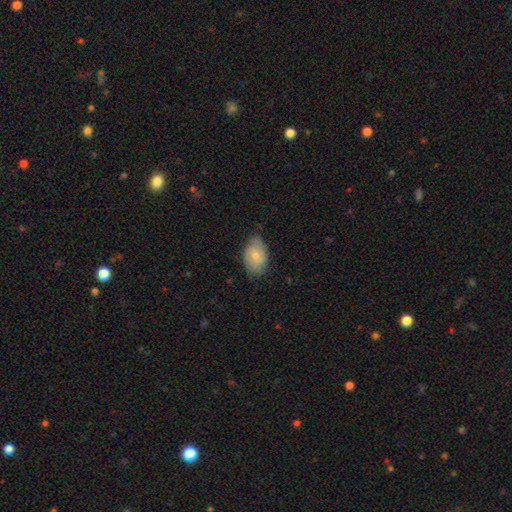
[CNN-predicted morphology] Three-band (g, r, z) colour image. It shows a smooth galaxy with no disk features (73%) that is in between round and cigar-shaped (86%). Merging: none (64%).